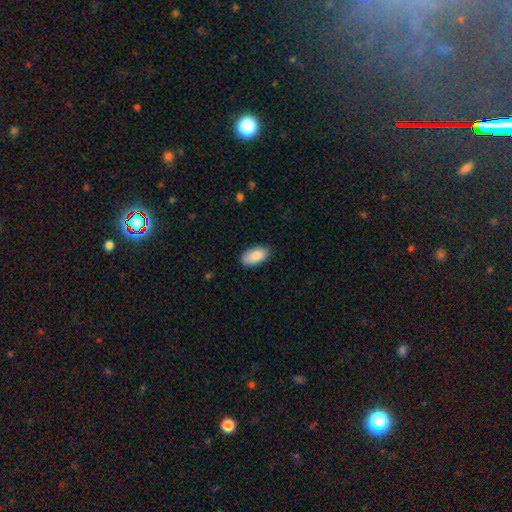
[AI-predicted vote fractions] This is clearly a smooth galaxy (87%). How rounded: clearly in between (95%). Merging: clearly none (83%).